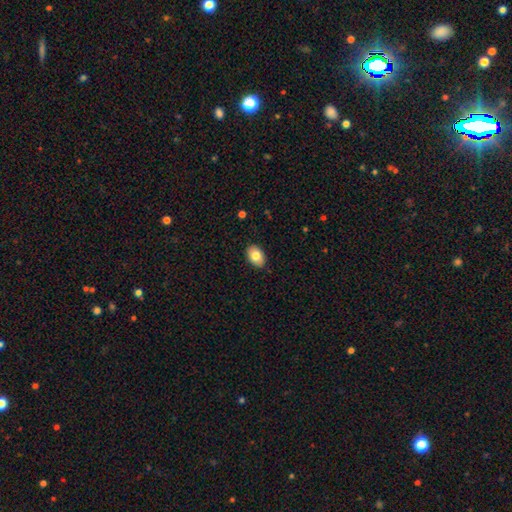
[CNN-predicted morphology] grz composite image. It shows a smooth galaxy with no disk features (81%) that is in between round and cigar-shaped (88%). Merging: none (88%).